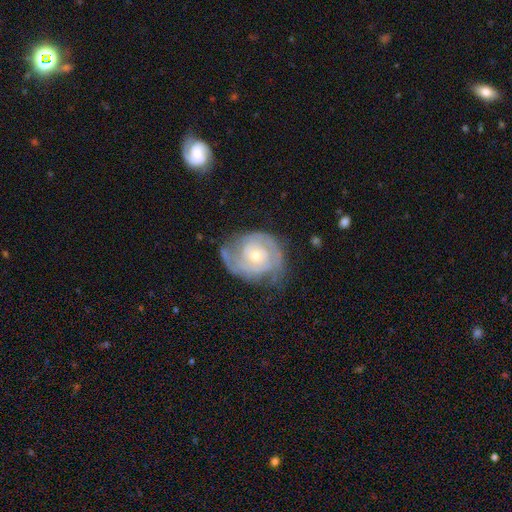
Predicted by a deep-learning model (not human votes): Overall: featured or disk (82%). Edge-on disk: no (97%). Bar: no (72%). Spiral arms: yes (92%). Spiral arm count: 2 (59%; can't tell 21%). Spiral winding: tight (59%; medium 31%). Bulge size: moderate (48%; small 47%). Merging: none (60%; minor disturbance 25%).